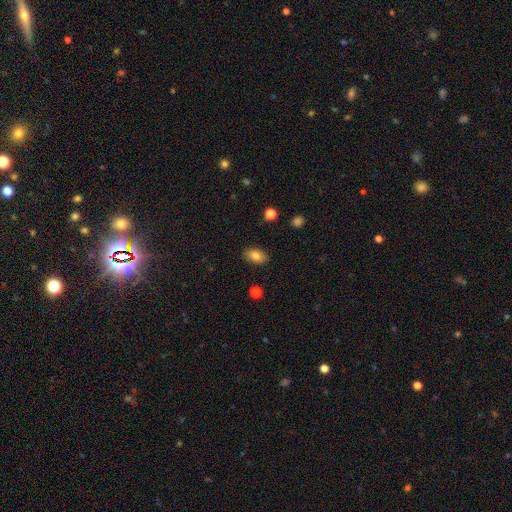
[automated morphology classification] Smooth or featured?
  - smooth: 81% *
  - featured or disk: 10%
  - star or artifact: 9%
How rounded?
  - in between: 88% *
  - round: 10%
  - cigar-shaped: 2%
Merging?
  - none: 88% *
  - minor disturbance: 9%
  - major disturbance: 2%
  - merger: 1%